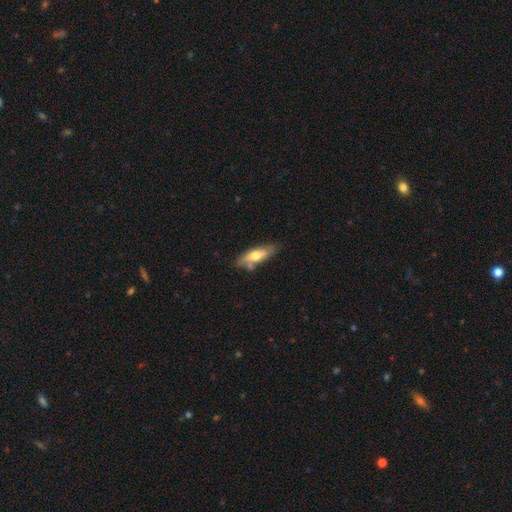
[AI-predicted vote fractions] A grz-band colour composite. It shows a smooth galaxy with no disk features (55%) that is in between round and cigar-shaped (55%). Merging: none (65%).